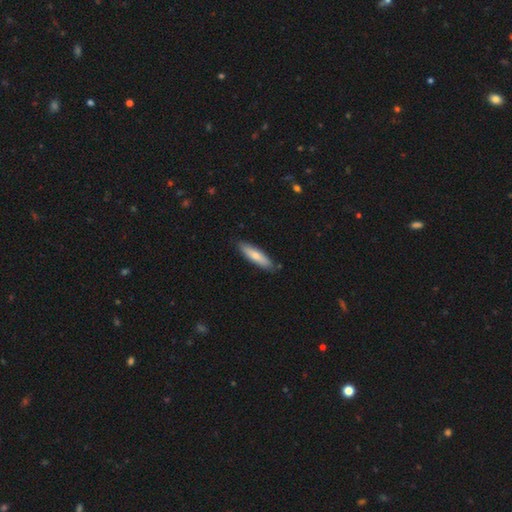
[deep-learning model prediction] This appears to be a smooth galaxy with no disk features (73%) that is cigar-shaped (71%). Merging: none (86%).